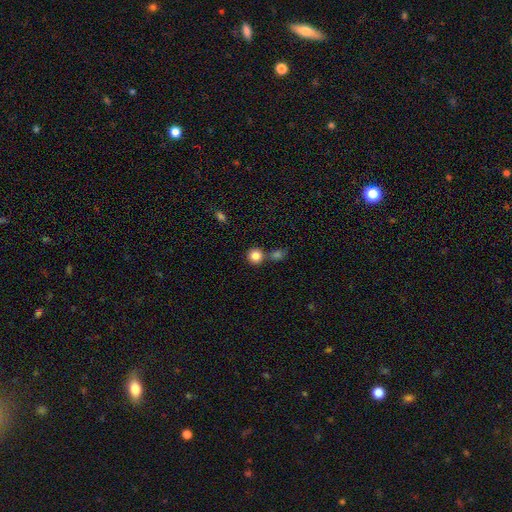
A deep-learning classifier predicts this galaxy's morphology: Smooth or featured: smooth — 84% (star or artifact — 10%)
How rounded: round — 91% (in between — 8%)
Merging: none — 65% (merger — 23%)